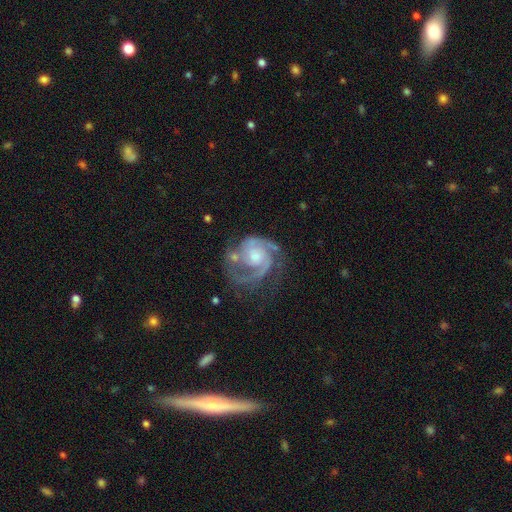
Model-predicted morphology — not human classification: Smooth or featured? Predicted: featured or disk (p=0.89). Edge-on disk? Predicted: no (p=0.98). Bar? Predicted: no (p=0.66). Spiral arms? Predicted: yes (p=0.97). Spiral winding? Predicted: tight (p=0.49). Spiral arm count? Predicted: 2 (p=0.62). Bulge size? Predicted: moderate (p=0.49). Merging? Predicted: none (p=0.56).